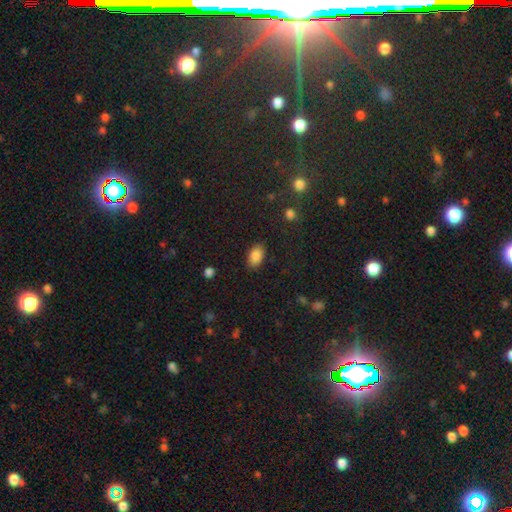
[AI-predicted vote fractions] Smooth or featured? smooth (87%)
How rounded? in between (90%)
Merging? none (85%)